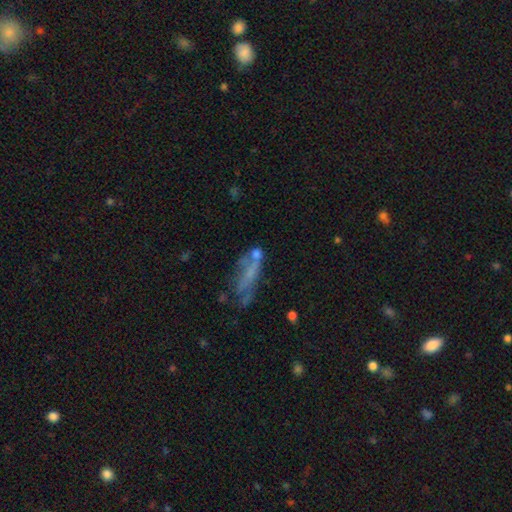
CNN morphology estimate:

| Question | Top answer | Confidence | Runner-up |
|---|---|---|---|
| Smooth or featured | smooth | 48% | featured or disk (36%) |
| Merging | none | 33% | merger (27%) |